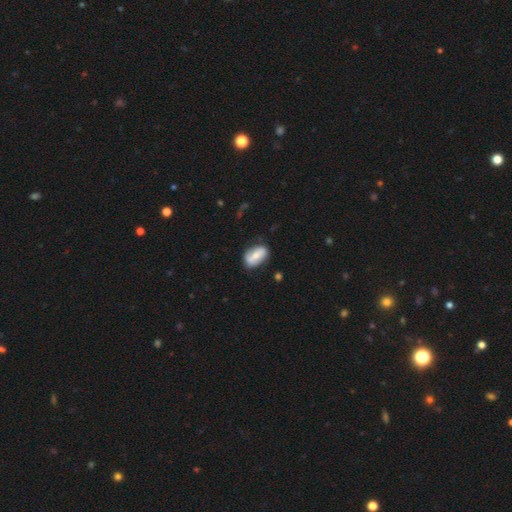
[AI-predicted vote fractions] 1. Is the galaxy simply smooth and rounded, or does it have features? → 51% smooth, 43% featured or disk, 6% star or artifact.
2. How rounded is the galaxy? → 87% in between, 8% round, 4% cigar-shaped.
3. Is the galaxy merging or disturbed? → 74% none, 18% minor disturbance, 5% major disturbance, 3% merger.